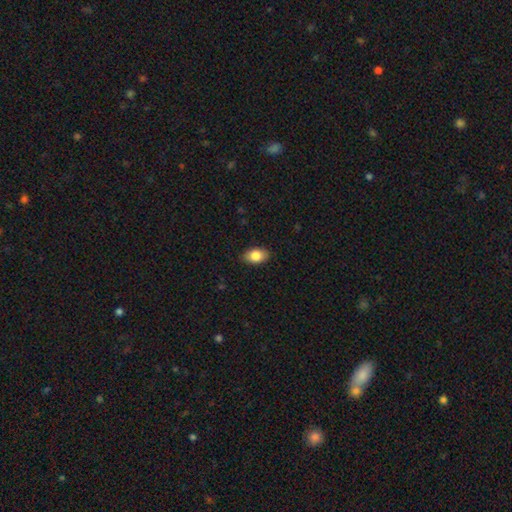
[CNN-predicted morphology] This is clearly a smooth galaxy (83%). How rounded: clearly in between (87%). Merging: clearly none (87%).